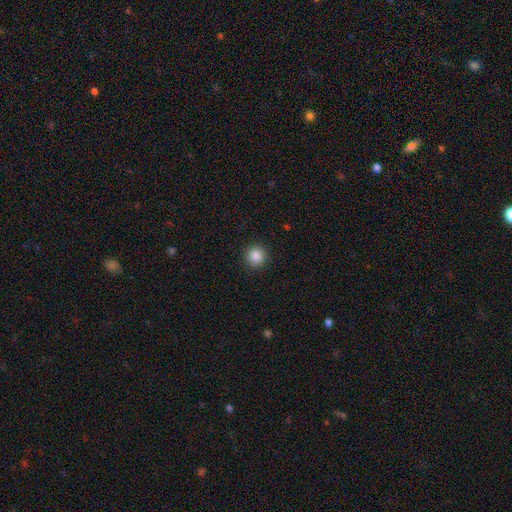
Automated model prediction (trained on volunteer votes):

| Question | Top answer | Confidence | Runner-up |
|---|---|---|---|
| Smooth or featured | smooth | 87% | star or artifact (10%) |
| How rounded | round | 94% | in between (5%) |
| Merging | none | 92% | minor disturbance (6%) |